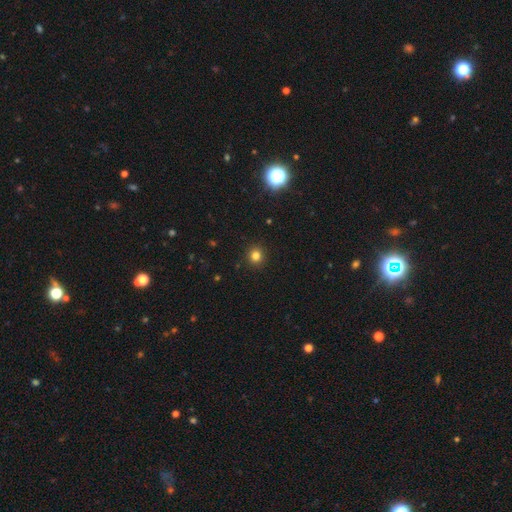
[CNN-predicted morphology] A smooth galaxy with no disk features (80%) that is round (91%).

Vote fractions:
- Smooth or featured? smooth: 80% / star or artifact: 15% / featured or disk: 5%
- How rounded? round: 91% / in between: 8% / cigar-shaped: 1%
- Merging? none: 92% / minor disturbance: 5% / major disturbance: 2% / merger: 1%